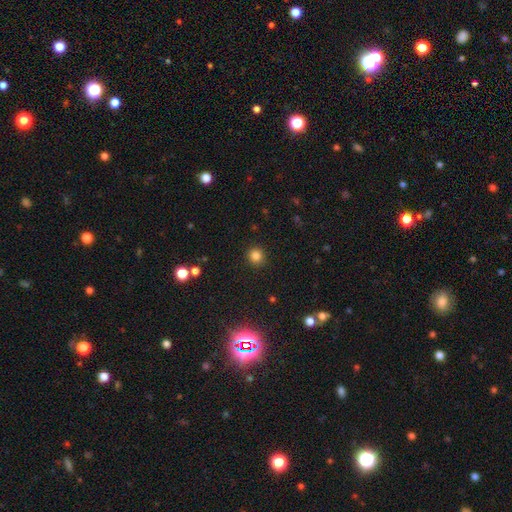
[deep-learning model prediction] Morphology: type=smooth (82%); roundness=round (91%); merging=none (91%).